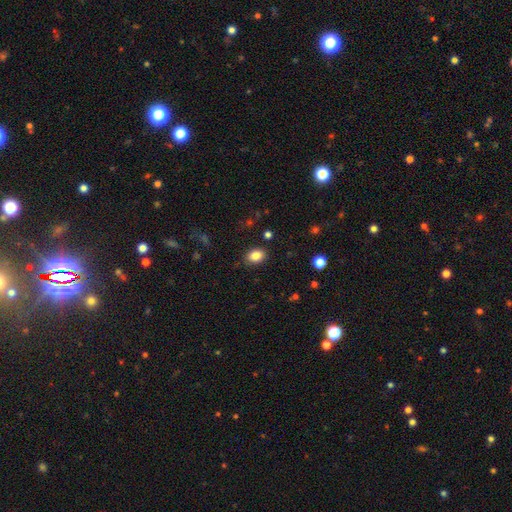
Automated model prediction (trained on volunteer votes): A smooth galaxy with no disk features (85%) that is in between round and cigar-shaped (70%). Merging: none (85%).